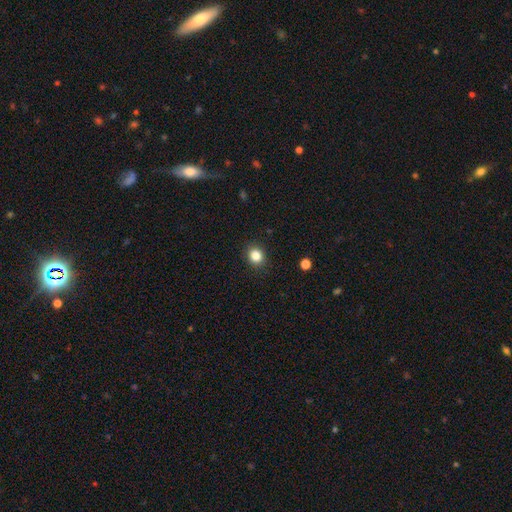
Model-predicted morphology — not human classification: type=smooth (84%); roundness=round (73%); merging=none (90%).